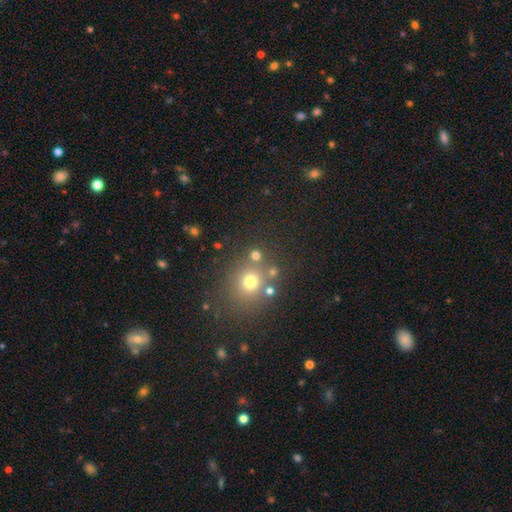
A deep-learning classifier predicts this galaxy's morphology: Overall: smooth (68%). How rounded: round (87%). Merging: none (75%).